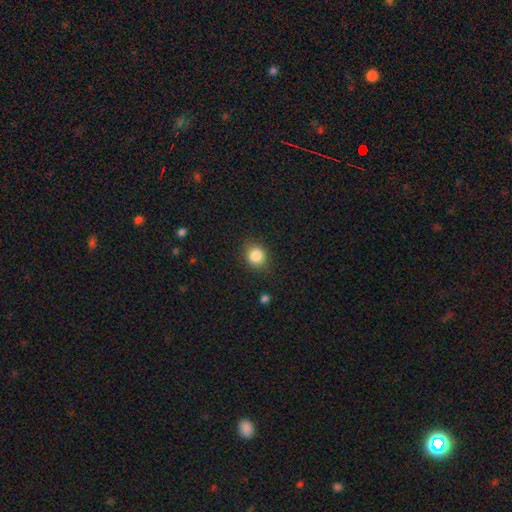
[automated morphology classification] Q: Smooth or featured?
A: smooth (85%); runner-up: star or artifact (10%)
Q: How rounded?
A: round (66%); runner-up: in between (33%)
Q: Merging?
A: none (83%); runner-up: minor disturbance (12%)